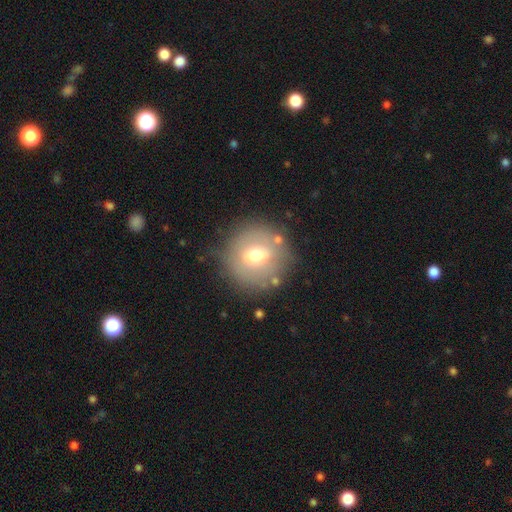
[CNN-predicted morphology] smooth-or-featured: smooth: 58% | featured or disk: 31% | star or artifact: 12%
  how-rounded: round: 93% | in between: 6% | cigar-shaped: 1%
  merging: none: 79% | minor disturbance: 12% | major disturbance: 5% | merger: 4%